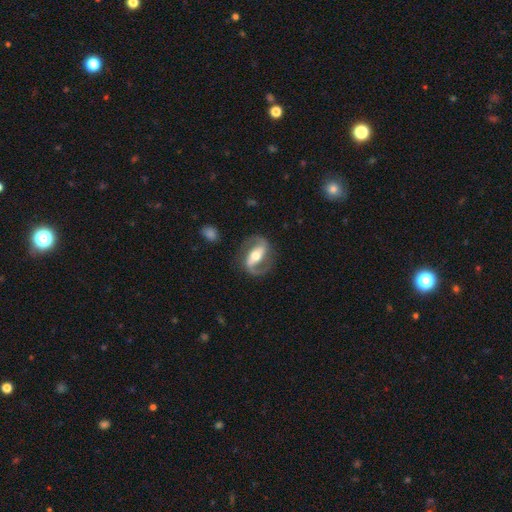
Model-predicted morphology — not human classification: Smooth or featured? featured or disk (88%)
Edge-on disk? no (95%)
Bar? strong (57%)
Spiral arms? yes (95%)
Spiral winding? medium (51%)
Spiral arm count? 2 (91%)
Bulge size? moderate (69%)
Merging? none (81%)